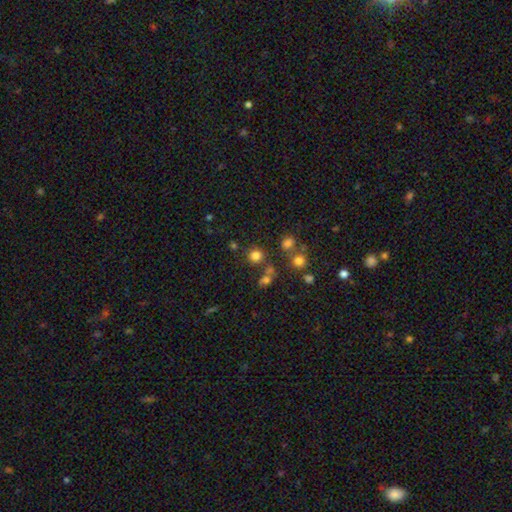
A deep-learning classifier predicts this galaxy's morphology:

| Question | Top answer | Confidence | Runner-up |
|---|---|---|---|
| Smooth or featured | smooth | 76% | star or artifact (17%) |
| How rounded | round | 89% | in between (10%) |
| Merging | none | 75% | merger (12%) |